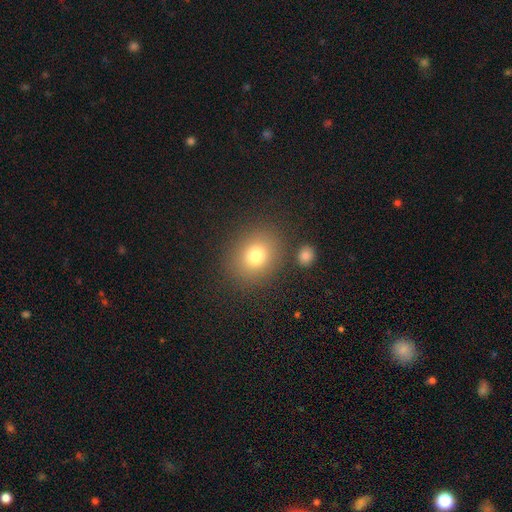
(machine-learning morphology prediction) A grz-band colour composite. It shows a smooth galaxy with no disk features (77%) that is round (64%). Merging: none (82%).